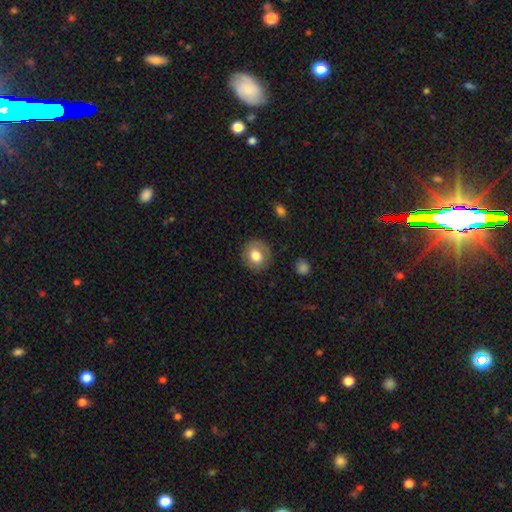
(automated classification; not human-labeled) Q: Smooth or featured?
A: smooth (74%); runner-up: featured or disk (18%)
Q: How rounded?
A: round (85%); runner-up: in between (14%)
Q: Merging?
A: none (87%); runner-up: minor disturbance (9%)